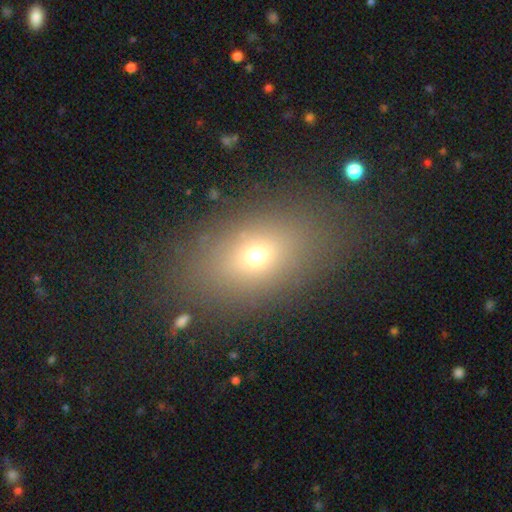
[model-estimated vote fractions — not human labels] smooth-or-featured: smooth: 65% | star or artifact: 18% | featured or disk: 17%
  how-rounded: in between: 76% | round: 20% | cigar-shaped: 3%
  merging: none: 82% | minor disturbance: 10% | major disturbance: 6% | merger: 2%